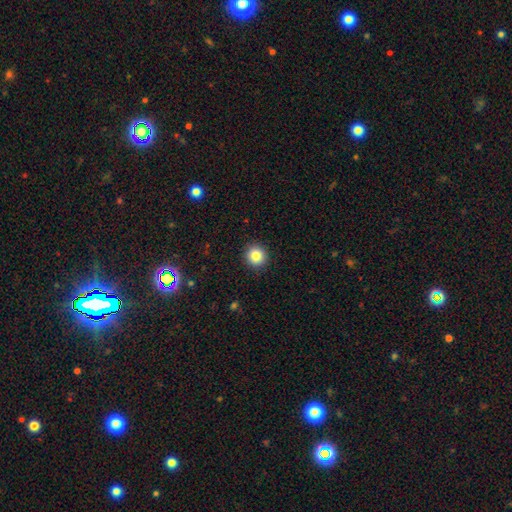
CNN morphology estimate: smooth 83%, star or artifact 11%, featured or disk 6%. Down the decision tree: how rounded — round (92%); merging — none (92%).